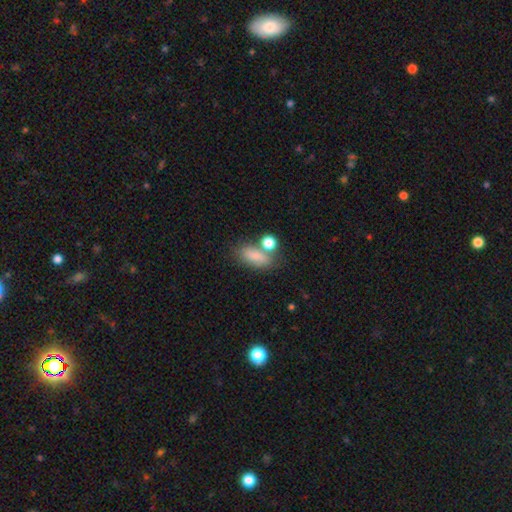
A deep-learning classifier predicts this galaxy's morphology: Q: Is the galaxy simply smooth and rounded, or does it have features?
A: smooth — 80%.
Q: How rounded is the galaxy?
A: in between — 78%.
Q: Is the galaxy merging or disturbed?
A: none — 52%.